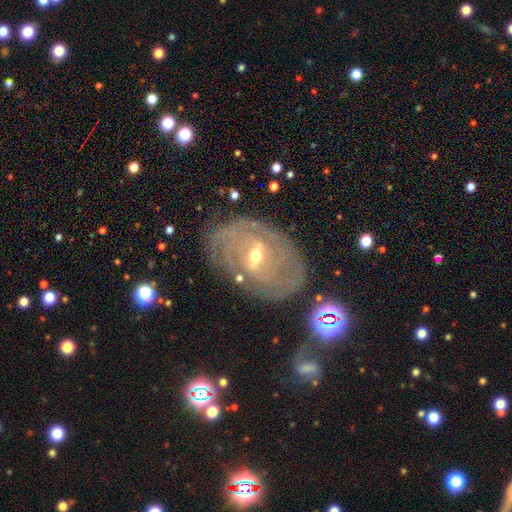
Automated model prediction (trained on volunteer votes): The model was most divided on "bar": strong: 46%, weak: 41%, no: 13%. Remaining: edge-on disk — no (93%); smooth or featured — featured or disk (85%); spiral arms — yes (78%); merging — none (74%); spiral winding — tight (74%); bulge size — moderate (58%); spiral arm count — can't tell (50%).